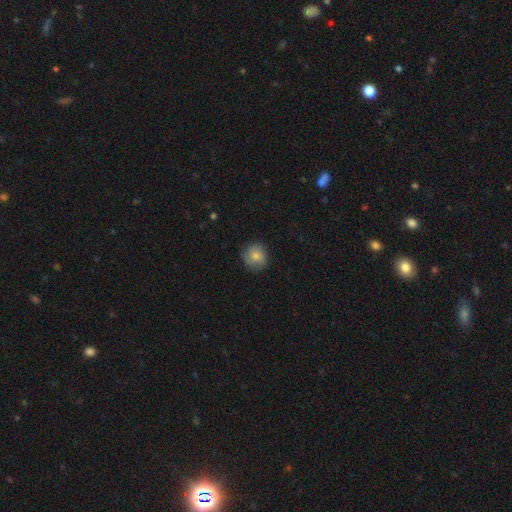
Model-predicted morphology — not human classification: Smooth or featured: smooth — 73% (featured or disk — 19%)
How rounded: round — 86% (in between — 13%)
Merging: none — 76% (minor disturbance — 19%)